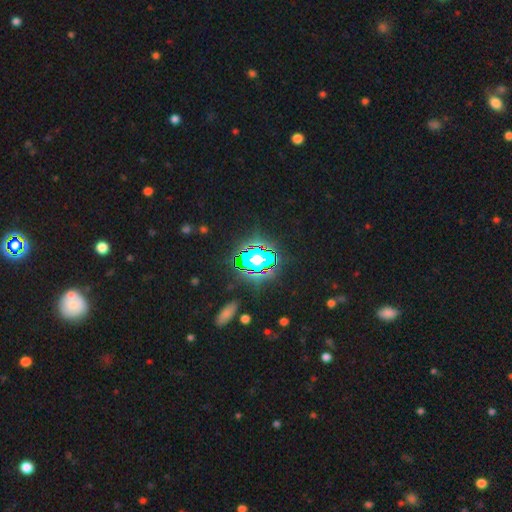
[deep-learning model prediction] The model was most divided on "smooth or featured": star or artifact: 75%, smooth: 15%, featured or disk: 10%.